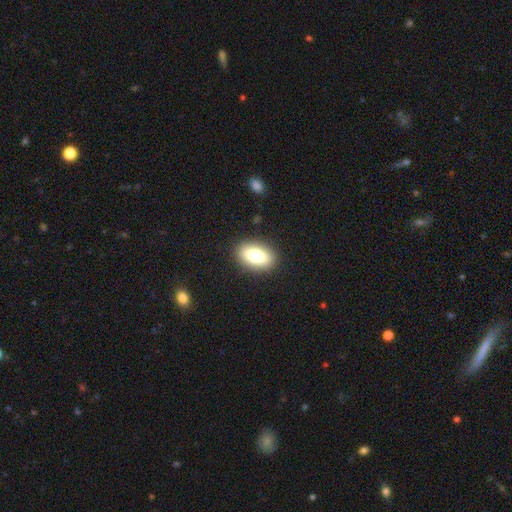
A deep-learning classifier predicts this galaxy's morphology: This is likely a smooth galaxy (77%). How rounded: clearly in between (88%). Merging: clearly none (89%).